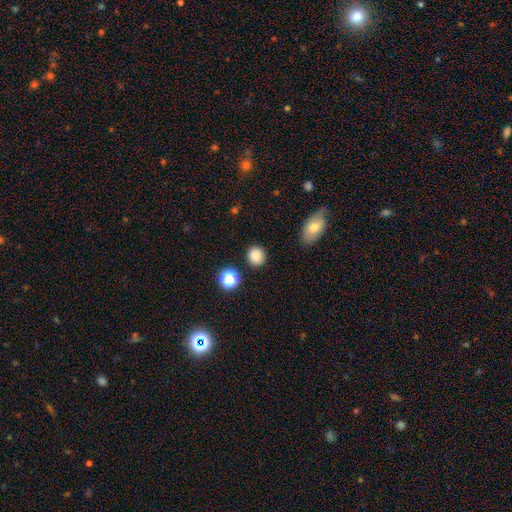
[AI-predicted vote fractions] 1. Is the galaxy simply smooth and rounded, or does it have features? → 85% smooth, 11% star or artifact, 4% featured or disk.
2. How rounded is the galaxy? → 86% round, 13% in between, 1% cigar-shaped.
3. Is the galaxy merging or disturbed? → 87% none, 8% minor disturbance, 3% merger, 3% major disturbance.